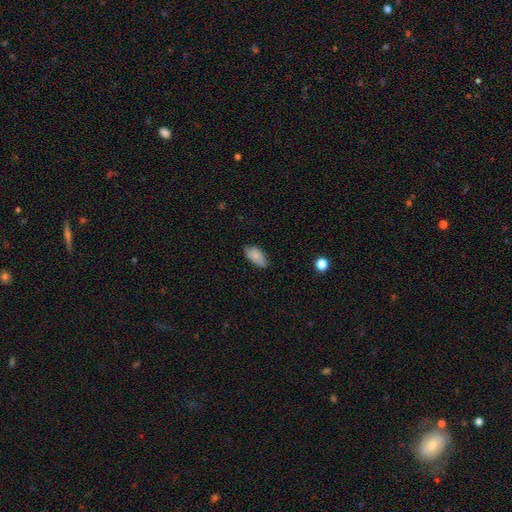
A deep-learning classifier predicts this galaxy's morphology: Smooth or featured?
  - smooth: 82% *
  - featured or disk: 11%
  - star or artifact: 7%
How rounded?
  - in between: 94% *
  - cigar-shaped: 3%
  - round: 3%
Merging?
  - none: 77% *
  - minor disturbance: 19%
  - major disturbance: 3%
  - merger: 1%